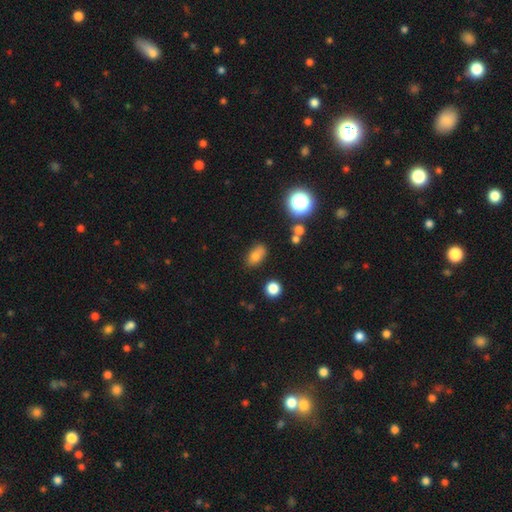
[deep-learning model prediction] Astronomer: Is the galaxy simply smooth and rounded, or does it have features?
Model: smooth — 74%.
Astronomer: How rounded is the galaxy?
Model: in between — 83%.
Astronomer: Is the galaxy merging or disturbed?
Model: none — 71%.